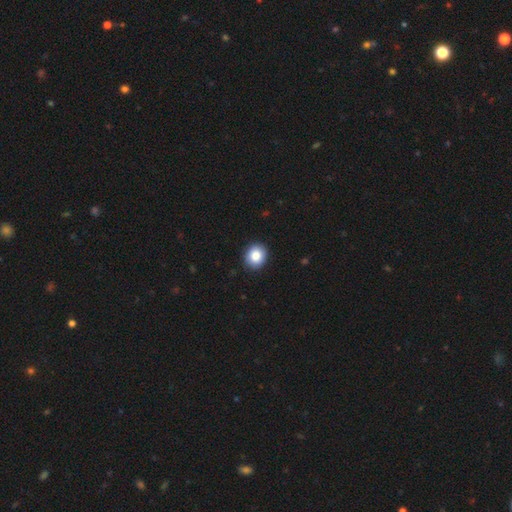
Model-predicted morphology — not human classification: Smooth or featured? Predicted: smooth (p=0.86). How rounded? Predicted: round (p=0.74). Merging? Predicted: none (p=0.90).